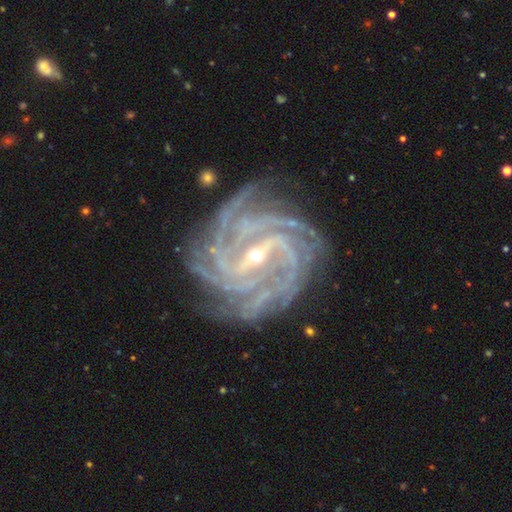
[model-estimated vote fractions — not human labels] A featured or disk galaxy (93%) with a strong bar (49%), more than 4 (35%) tight (76%) spiral arms (99%) and a small central bulge (69%).

Vote fractions:
- Smooth or featured? featured or disk: 93% / star or artifact: 5% / smooth: 2%
- Edge-on disk? no: 98% / yes: 2%
- Bar? strong: 49% / weak: 38% / no: 13%
- Spiral arms? yes: 99% / no: 1%
- Spiral winding? tight: 76% / medium: 21% / loose: 3%
- Spiral arm count? more than 4: 35% / 4: 30% / can't tell: 10% / 3: 10% / 2: 8% / 1: 7%
- Bulge size? small: 69% / moderate: 28% / large: 1% / none: 1% / dominant: 1%
- Merging? none: 83% / minor disturbance: 12% / major disturbance: 4% / merger: 1%